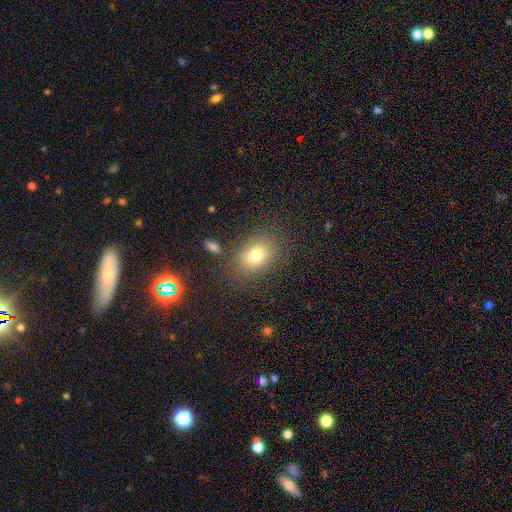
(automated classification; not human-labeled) The model was most divided on "how rounded": in between: 70%, round: 28%, cigar-shaped: 1%. More confident: merging — none (80%); smooth or featured — smooth (76%).